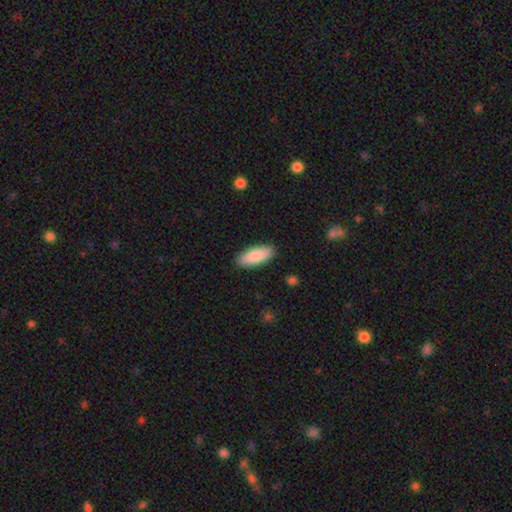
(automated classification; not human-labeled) Morphology: type=smooth (87%); roundness=in between (79%); merging=none (88%).